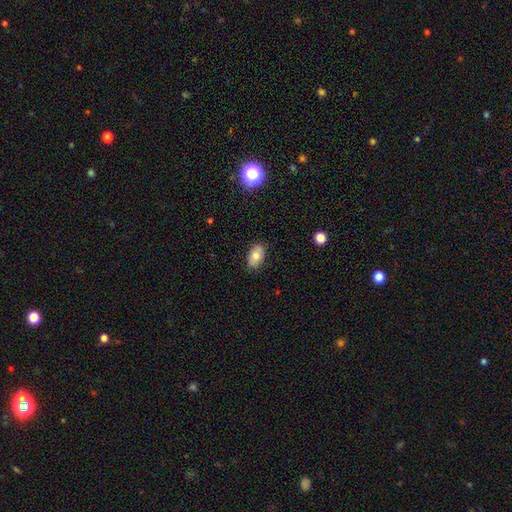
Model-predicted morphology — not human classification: A smooth galaxy with no disk features (76%) that is in between round and cigar-shaped (90%).

Vote fractions:
- Smooth or featured? smooth: 76% / featured or disk: 16% / star or artifact: 8%
- How rounded? in between: 90% / round: 8% / cigar-shaped: 2%
- Merging? none: 85% / minor disturbance: 12% / major disturbance: 2% / merger: 1%